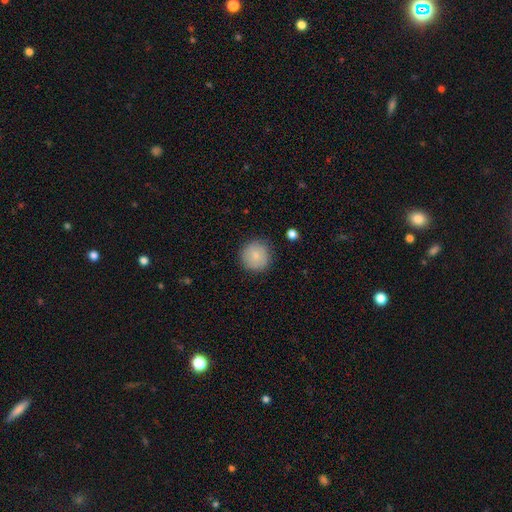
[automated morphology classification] The model was most divided on "smooth or featured": smooth: 83%, featured or disk: 9%, star or artifact: 7%. More confident: how rounded — round (94%); merging — none (85%).